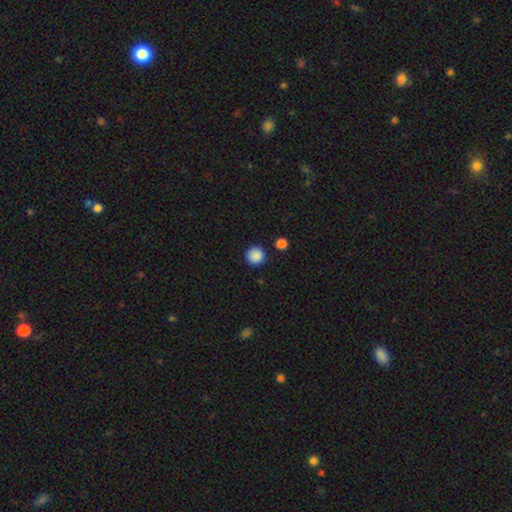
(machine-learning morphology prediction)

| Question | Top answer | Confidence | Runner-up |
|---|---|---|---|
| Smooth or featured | smooth | 88% | star or artifact (10%) |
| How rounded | round | 95% | in between (4%) |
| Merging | none | 90% | minor disturbance (6%) |